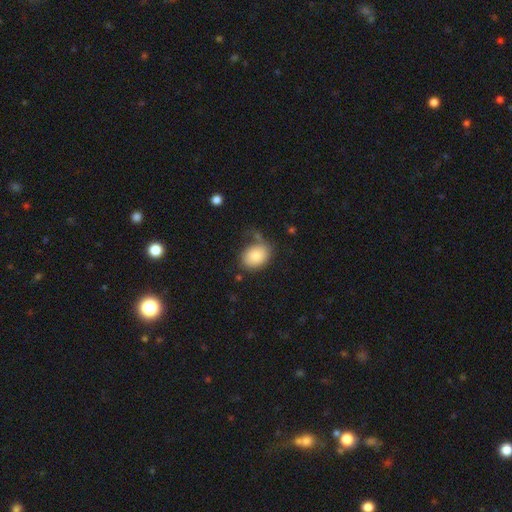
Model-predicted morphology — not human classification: A smooth galaxy with no disk features (84%) that is in between round and cigar-shaped (74%). Merging: none (61%).